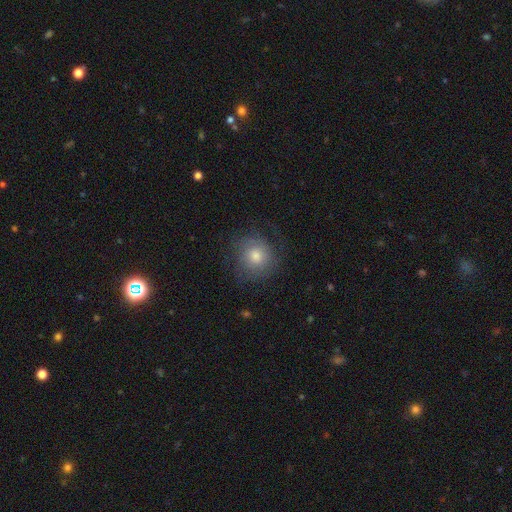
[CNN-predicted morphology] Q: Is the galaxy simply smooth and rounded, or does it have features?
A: smooth — 57%.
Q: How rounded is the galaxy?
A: round — 89%.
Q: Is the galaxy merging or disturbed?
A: none — 73%.